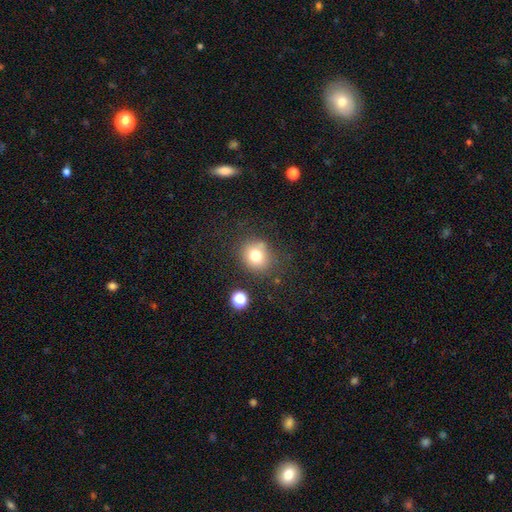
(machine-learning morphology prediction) Smooth or featured: smooth — 76% (star or artifact — 13%)
How rounded: round — 79% (in between — 20%)
Merging: none — 75% (minor disturbance — 14%)